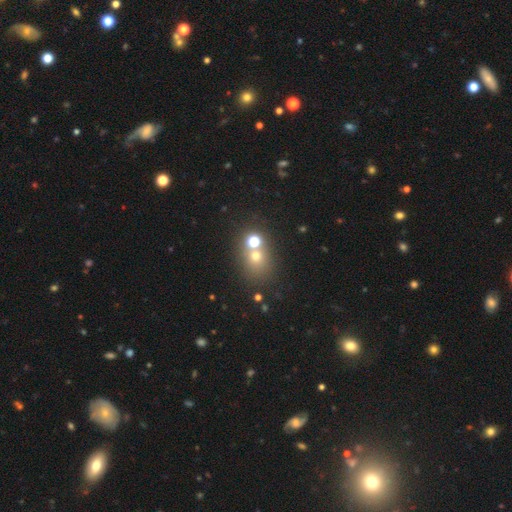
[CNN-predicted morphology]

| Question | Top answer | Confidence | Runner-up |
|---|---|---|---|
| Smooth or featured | smooth | 60% | star or artifact (24%) |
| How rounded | round | 68% | in between (31%) |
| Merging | none | 58% | merger (28%) |